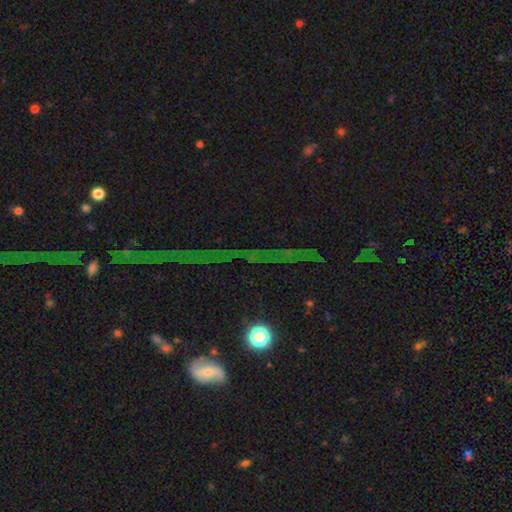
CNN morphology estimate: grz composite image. It shows a star or artifact, not a galaxy (81%).